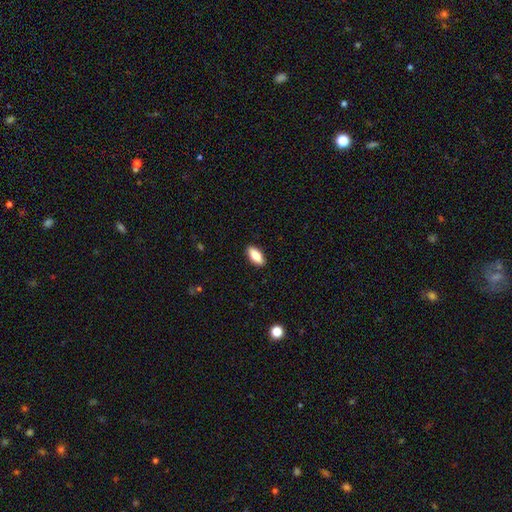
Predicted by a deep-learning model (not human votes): Smooth or featured? smooth (79%)
How rounded? in between (83%)
Merging? none (90%)